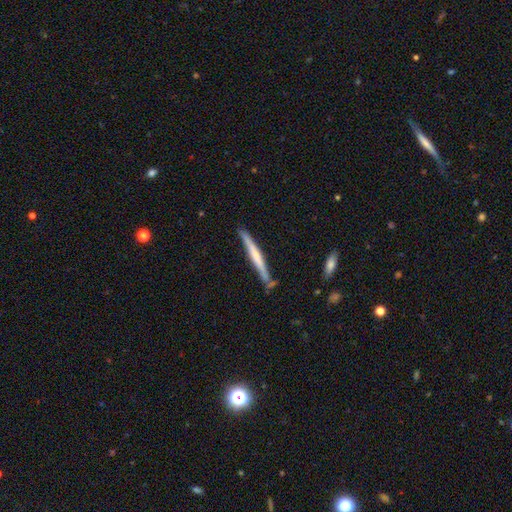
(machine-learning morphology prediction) A featured or disk galaxy (50%) viewed edge-on (96%). Merging: none (80%).